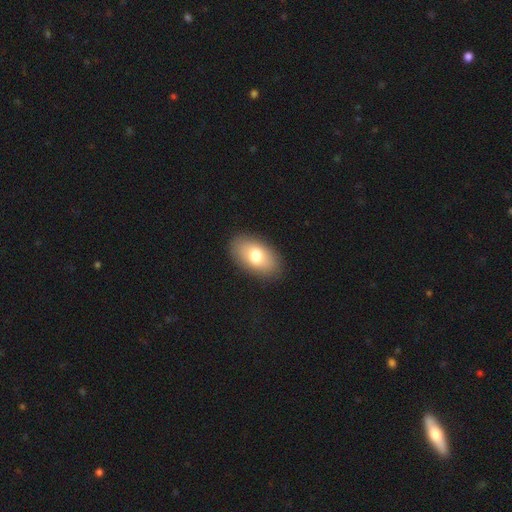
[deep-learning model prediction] smooth_or_featured: smooth (p=0.74) [alt: featured or disk p=0.18]
how_rounded: in between (p=0.92) [alt: round p=0.06]
merging: none (p=0.87) [alt: minor disturbance p=0.09]